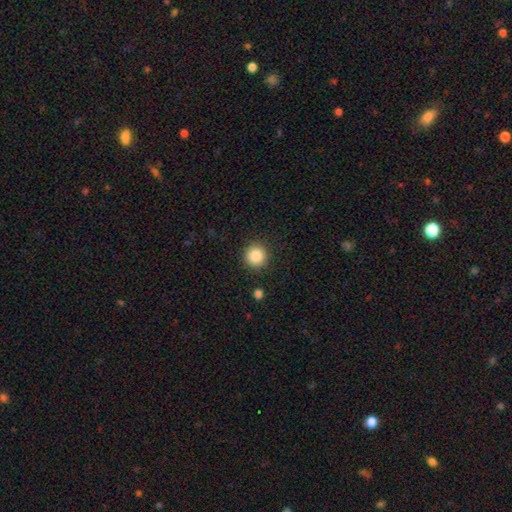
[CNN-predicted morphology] type=smooth (86%); roundness=round (94%); merging=none (90%).